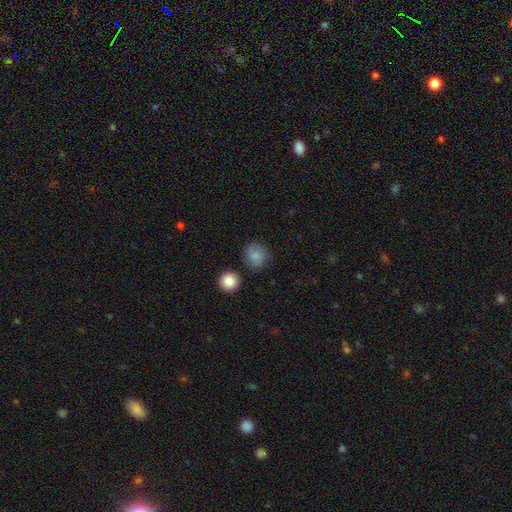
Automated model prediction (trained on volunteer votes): A smooth galaxy with no disk features (82%) that is round (81%). Merging: none (76%).